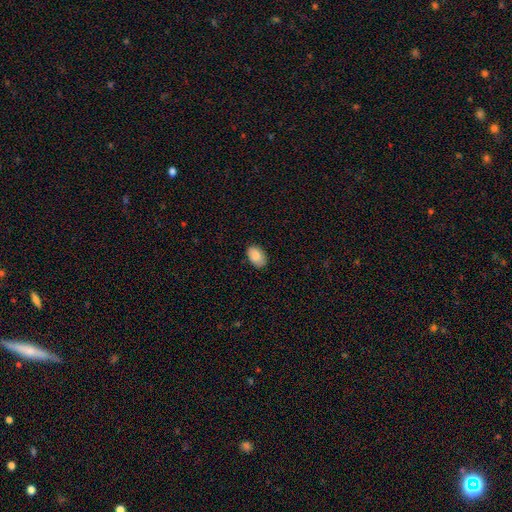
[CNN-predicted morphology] Smooth or featured? smooth (86%)
How rounded? in between (89%)
Merging? none (86%)